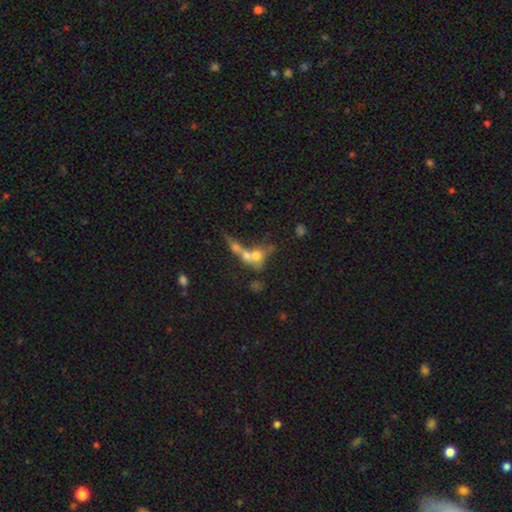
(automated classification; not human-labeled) Smooth or featured? Predicted: smooth (p=0.54). How rounded? Predicted: round (p=0.53). Merging? Predicted: merger (p=0.65).